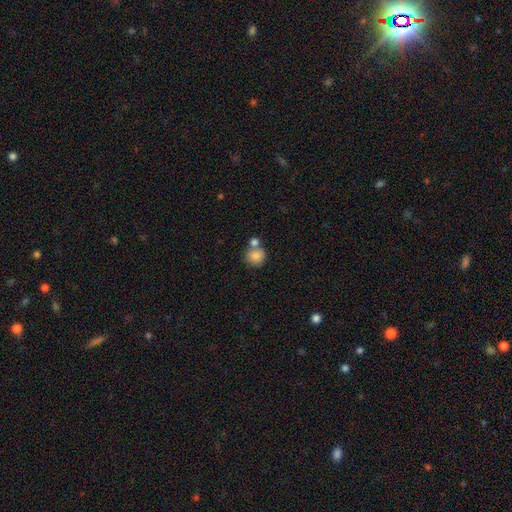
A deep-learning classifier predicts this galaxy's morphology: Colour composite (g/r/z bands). It shows a smooth galaxy with no disk features (83%) that is round (87%). Merging: none (54%).